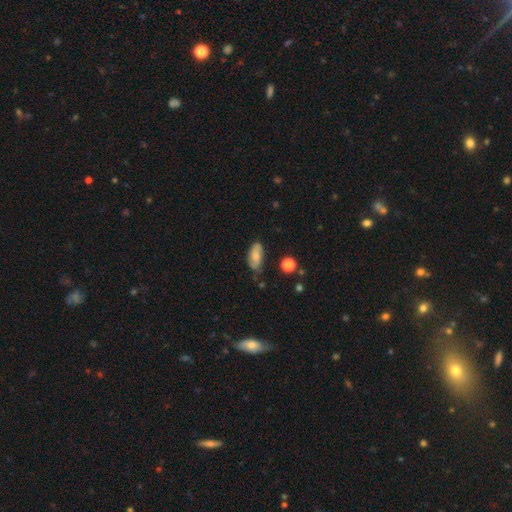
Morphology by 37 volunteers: smooth-or-featured: smooth: 62% | featured or disk: 32% | star or artifact: 5%
  how-rounded: in between: 87% | cigar-shaped: 13% | round: 0%
  merging: none: 57% | minor disturbance: 29% | merger: 9% | major disturbance: 6%